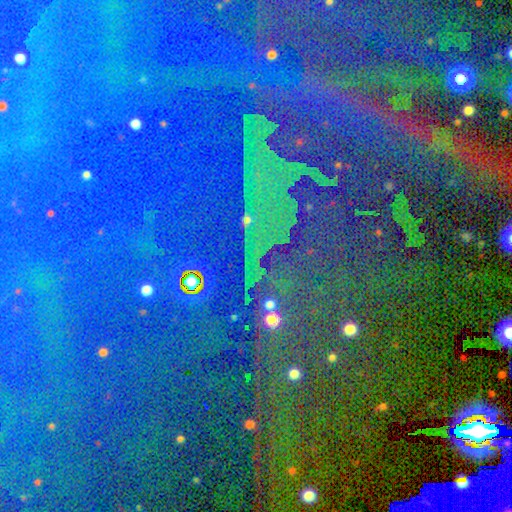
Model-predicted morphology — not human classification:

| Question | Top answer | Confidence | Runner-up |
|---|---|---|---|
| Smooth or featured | star or artifact | 86% | smooth (7%) |